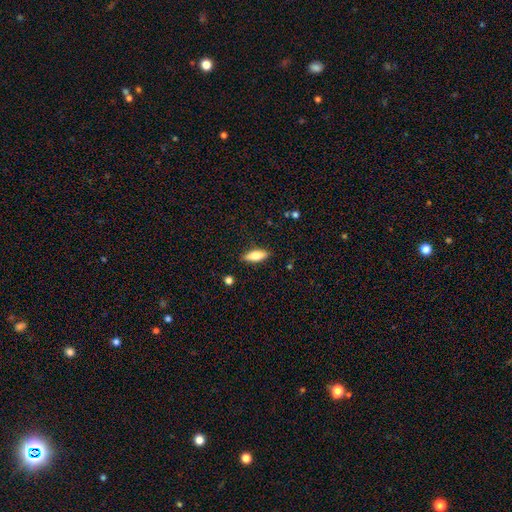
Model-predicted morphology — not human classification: smooth_or_featured: smooth (p=0.73) [alt: featured or disk p=0.20]
how_rounded: in between (p=0.66) [alt: cigar-shaped p=0.32]
merging: none (p=0.87) [alt: minor disturbance p=0.09]